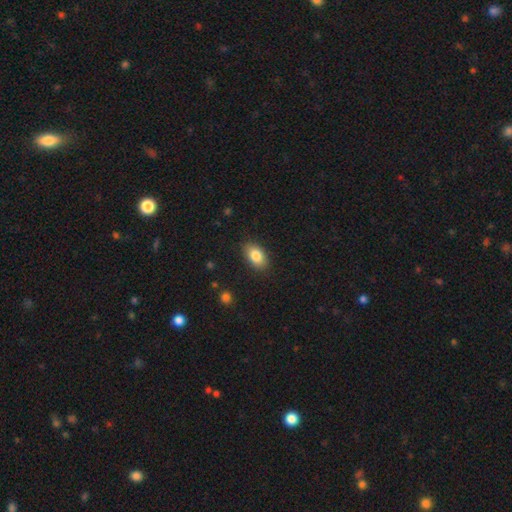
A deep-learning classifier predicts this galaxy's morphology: smooth 84%, featured or disk 9%, star or artifact 8%. Down the decision tree: how rounded — in between (90%); merging — none (87%).